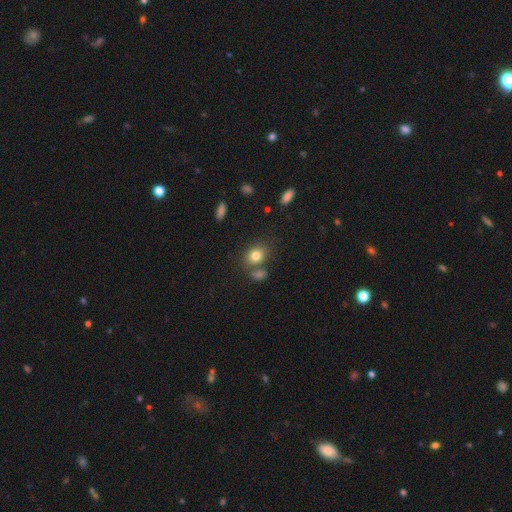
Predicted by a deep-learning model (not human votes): Smooth or featured: smooth — 80% (star or artifact — 11%)
How rounded: round — 51% (in between — 48%)
Merging: none — 64% (merger — 16%)